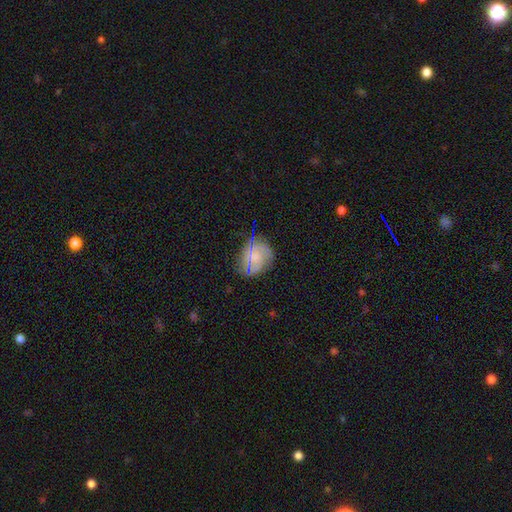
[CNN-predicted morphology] Smooth or featured?
  - smooth: 53% *
  - featured or disk: 29%
  - star or artifact: 19%
How rounded?
  - round: 68% *
  - in between: 31%
  - cigar-shaped: 2%
Merging?
  - none: 74% *
  - minor disturbance: 18%
  - major disturbance: 6%
  - merger: 2%